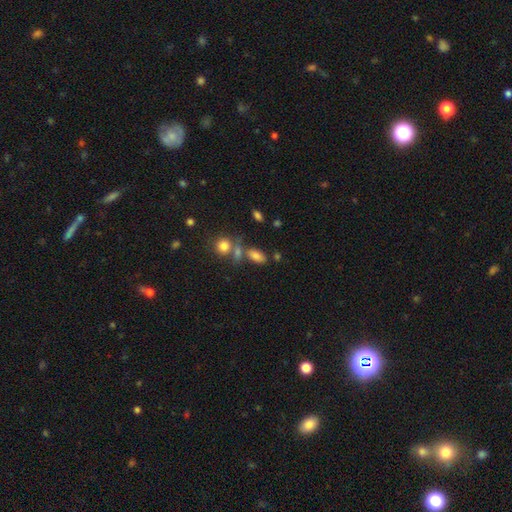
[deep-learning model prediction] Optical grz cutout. It shows a smooth galaxy with no disk features (80%) that is in between round and cigar-shaped (87%). Merging: none (57%).